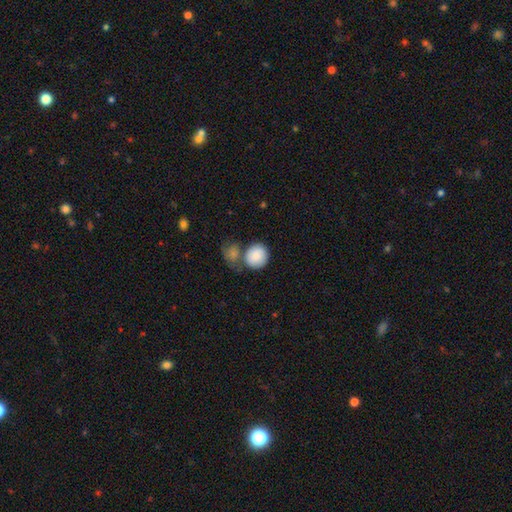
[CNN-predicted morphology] type=smooth (88%); roundness=round (81%); merging=none (48%).